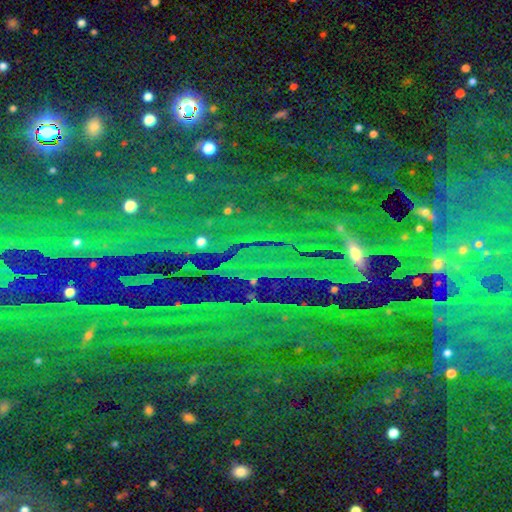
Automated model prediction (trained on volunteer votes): smooth_or_featured: star or artifact (p=0.84) [alt: featured or disk p=0.08]